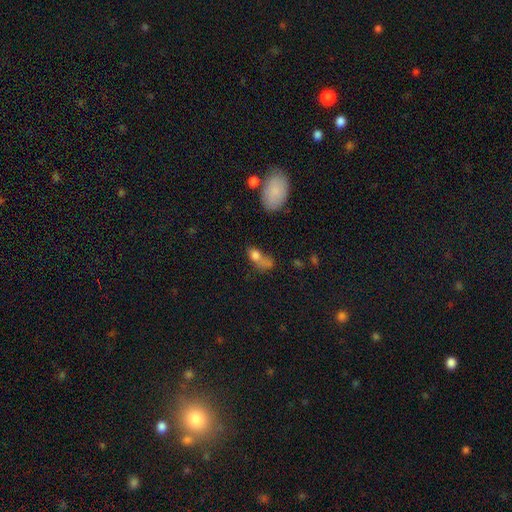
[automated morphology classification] smooth 62%, star or artifact 21%, featured or disk 17%. Down the decision tree: how rounded — in between (68%); merging — none (40%).